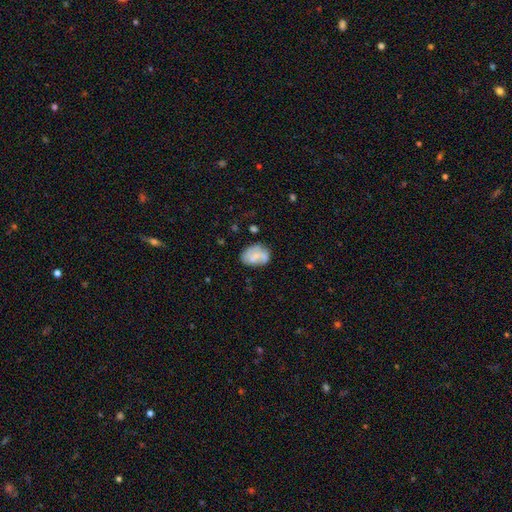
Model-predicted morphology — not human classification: Smooth or featured?
  - smooth: 49% *
  - featured or disk: 43%
  - star or artifact: 8%
Merging?
  - none: 55% *
  - minor disturbance: 26%
  - major disturbance: 12%
  - merger: 7%